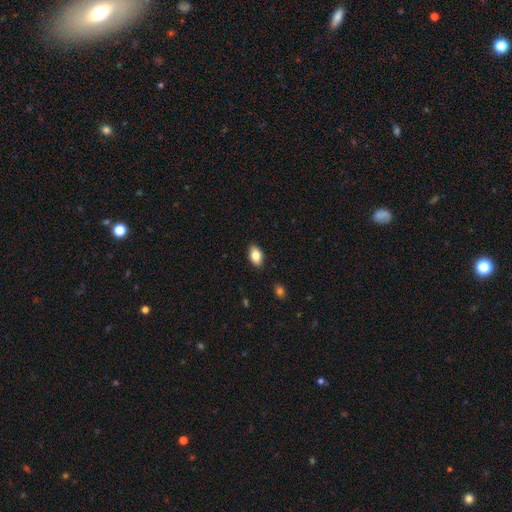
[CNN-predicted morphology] Overall: smooth (83%). How rounded: in between (90%). Merging: none (88%).